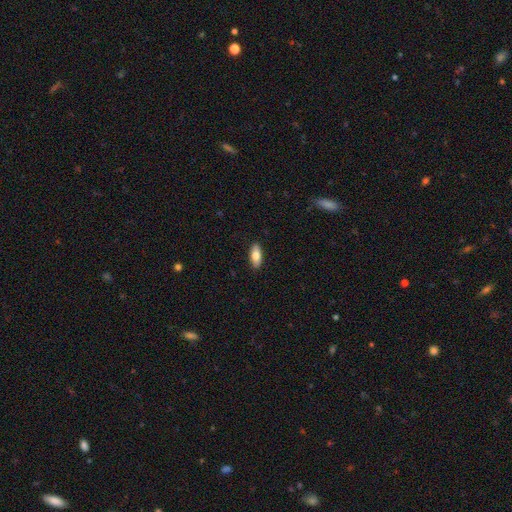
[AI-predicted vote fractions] This appears to be a smooth galaxy with no disk features (78%) that is in between round and cigar-shaped (79%). Merging: none (90%).